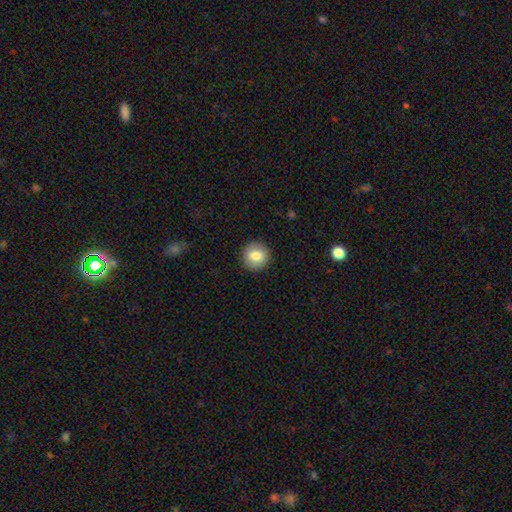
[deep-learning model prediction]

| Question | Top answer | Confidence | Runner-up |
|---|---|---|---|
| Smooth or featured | smooth | 81% | featured or disk (11%) |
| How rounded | round | 94% | in between (5%) |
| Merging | none | 92% | minor disturbance (6%) |